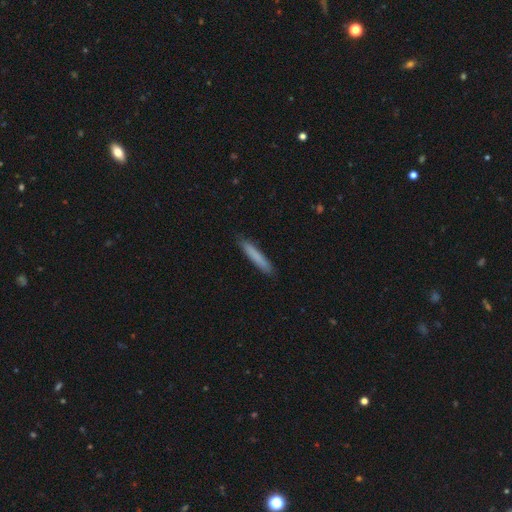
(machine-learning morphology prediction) smooth-or-featured: smooth: 80% | featured or disk: 14% | star or artifact: 6%
  how-rounded: cigar-shaped: 94% | in between: 5% | round: 1%
  merging: none: 89% | minor disturbance: 8% | major disturbance: 2% | merger: 1%